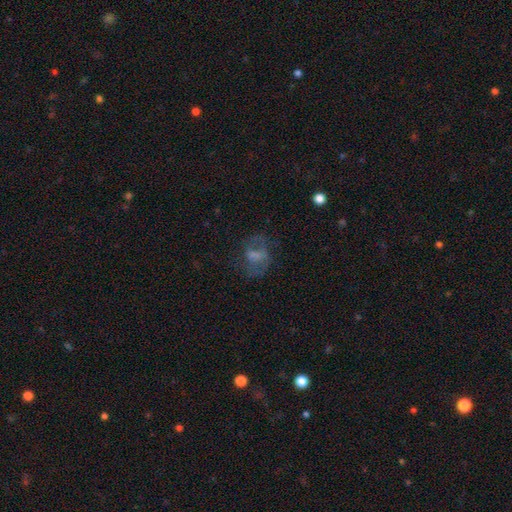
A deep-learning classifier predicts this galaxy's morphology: This appears to be a featured or disk galaxy (45%). Merging: none (50%).